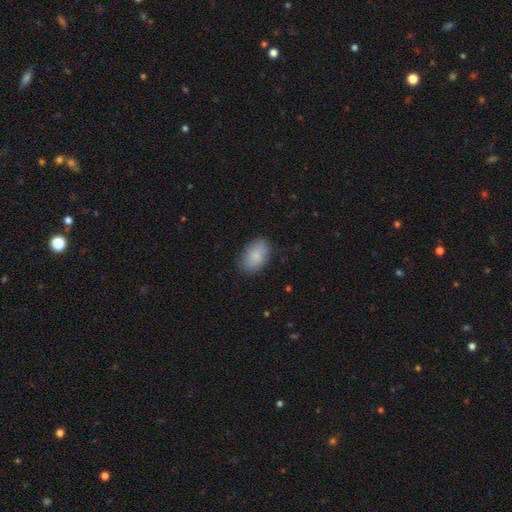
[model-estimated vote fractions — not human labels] Overall: smooth (85%). How rounded: in between (91%). Merging: none (80%).